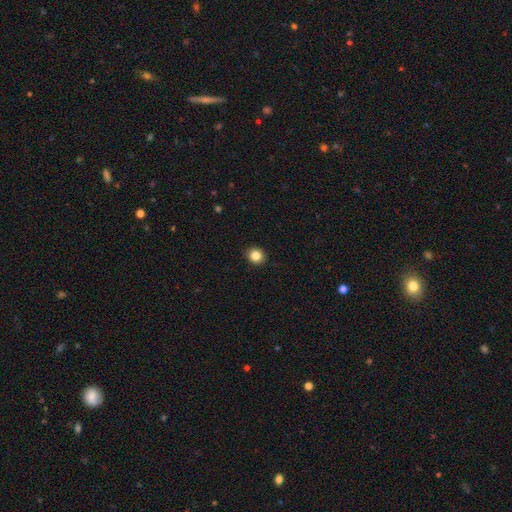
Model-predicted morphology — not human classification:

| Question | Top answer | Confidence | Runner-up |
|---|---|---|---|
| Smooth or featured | smooth | 84% | star or artifact (11%) |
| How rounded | round | 83% | in between (16%) |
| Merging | none | 92% | minor disturbance (6%) |